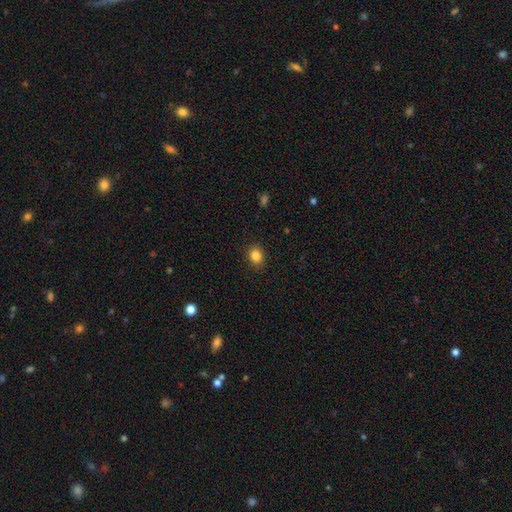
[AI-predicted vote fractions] Smooth or featured? smooth (85%)
How rounded? round (55%)
Merging? none (89%)